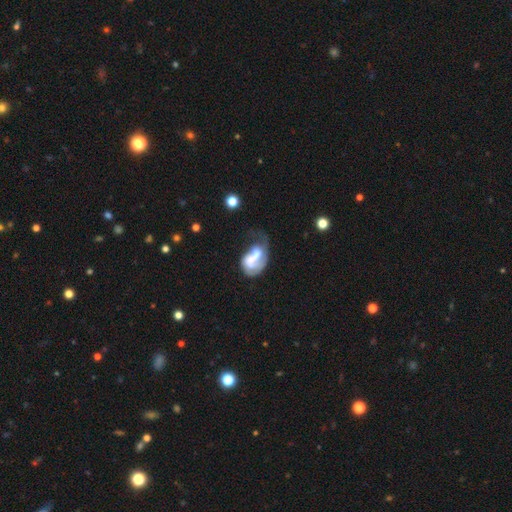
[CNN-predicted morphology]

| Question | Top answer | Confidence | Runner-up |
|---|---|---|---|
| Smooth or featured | featured or disk | 58% | smooth (33%) |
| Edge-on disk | no | 97% | yes (3%) |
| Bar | no | 57% | weak (27%) |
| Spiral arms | yes | 55% | no (45%) |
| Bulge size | moderate | 29% | none (28%) |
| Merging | major disturbance | 45% | merger (20%) |